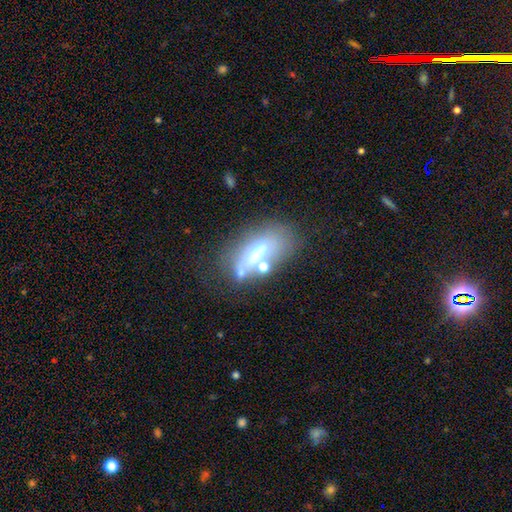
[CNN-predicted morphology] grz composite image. It shows a smooth galaxy with no disk features (48%). Merging: none (46%).